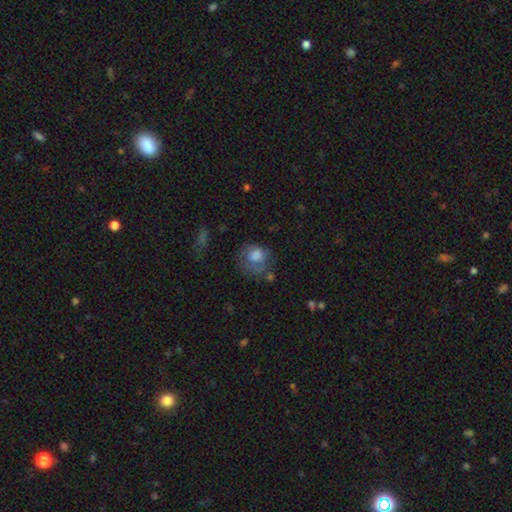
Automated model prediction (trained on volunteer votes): Q: Smooth or featured?
A: smooth (64%); runner-up: featured or disk (25%)
Q: How rounded?
A: round (67%); runner-up: in between (32%)
Q: Merging?
A: none (43%); runner-up: minor disturbance (27%)